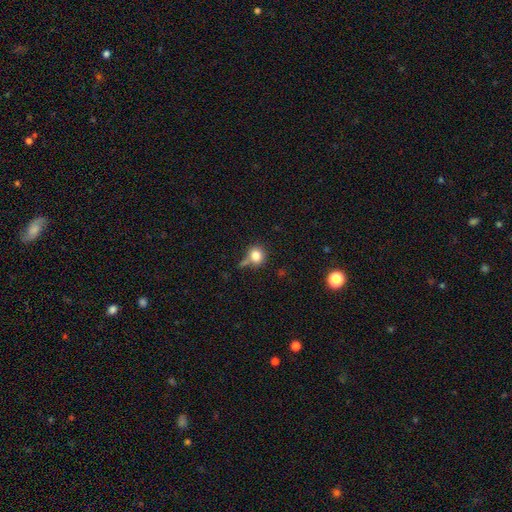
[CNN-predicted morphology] A smooth galaxy with no disk features (81%) that is round (84%). Merging: none (58%).